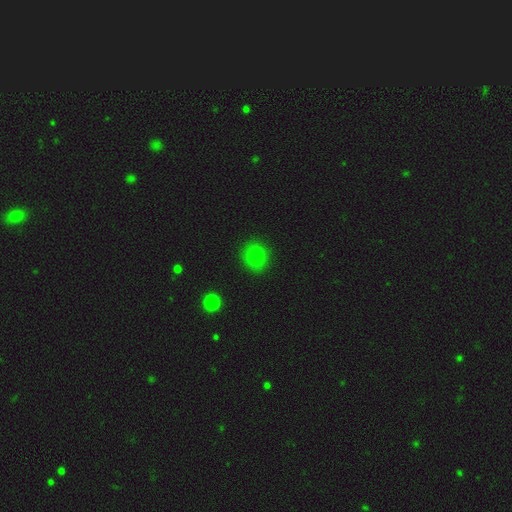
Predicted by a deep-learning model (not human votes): Morphology: type=smooth (81%); roundness=round (59%); merging=none (82%).